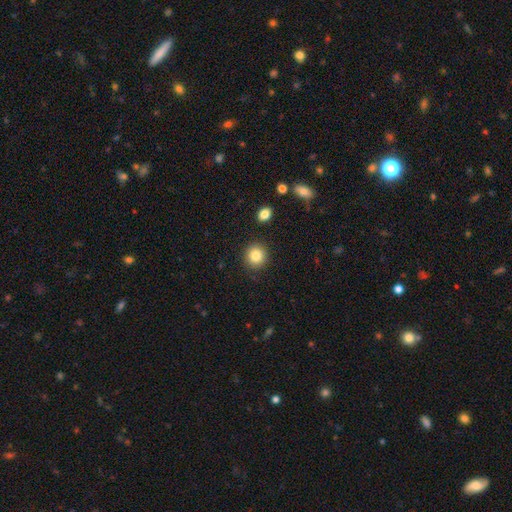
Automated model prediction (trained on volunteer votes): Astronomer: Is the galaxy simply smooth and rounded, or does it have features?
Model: smooth — 85%.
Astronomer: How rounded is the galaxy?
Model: round — 89%.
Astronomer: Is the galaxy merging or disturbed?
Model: none — 89%.